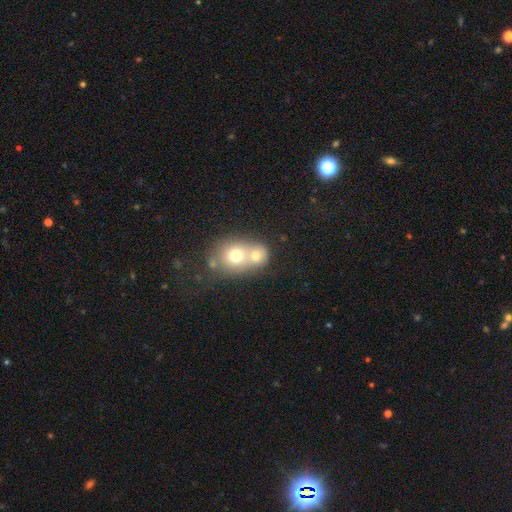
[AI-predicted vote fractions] The model was most divided on "merging": merger: 63%, none: 28%, minor disturbance: 6%, major disturbance: 3%. More confident: how rounded — round (71%); smooth or featured — smooth (69%).